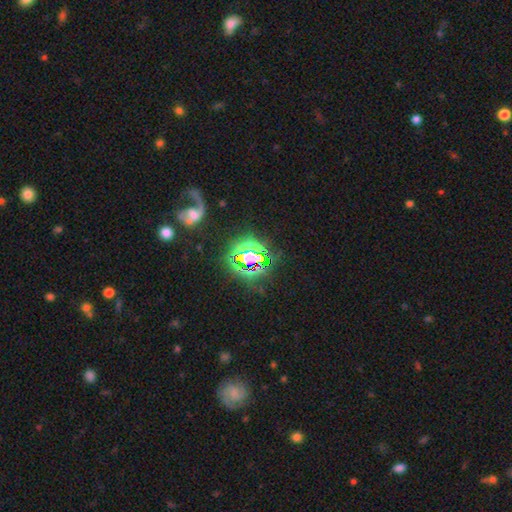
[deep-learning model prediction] Overall: star or artifact (69%).